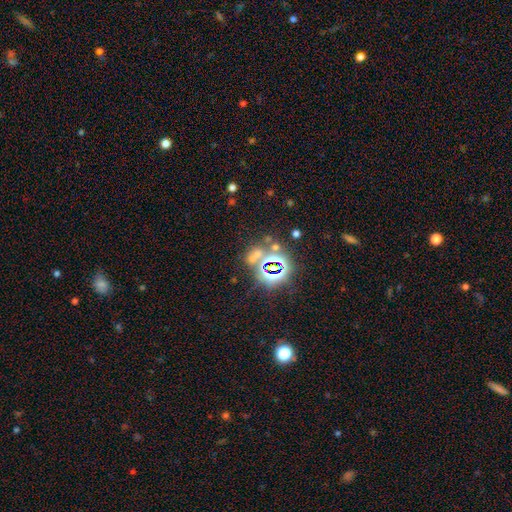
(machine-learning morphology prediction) Overall: star or artifact (58%; smooth 30%).